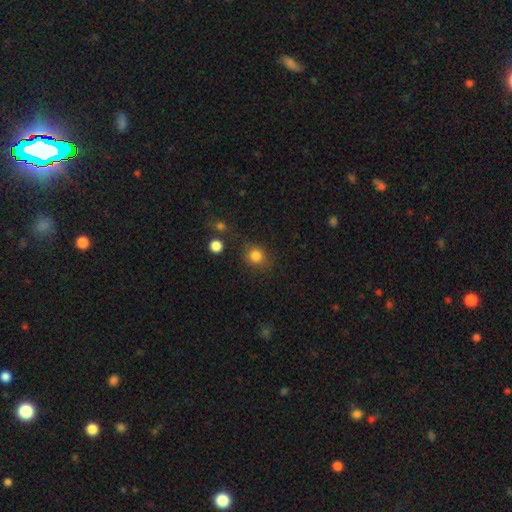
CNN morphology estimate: Smooth or featured? smooth (83%)
How rounded? round (78%)
Merging? none (80%)